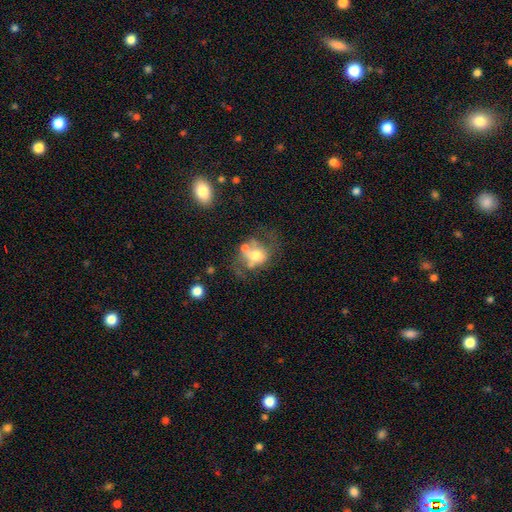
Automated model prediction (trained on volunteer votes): Smooth or featured?
  - smooth: 50% *
  - featured or disk: 40%
  - star or artifact: 10%
Merging?
  - none: 32% *
  - merger: 26%
  - major disturbance: 23%
  - minor disturbance: 19%